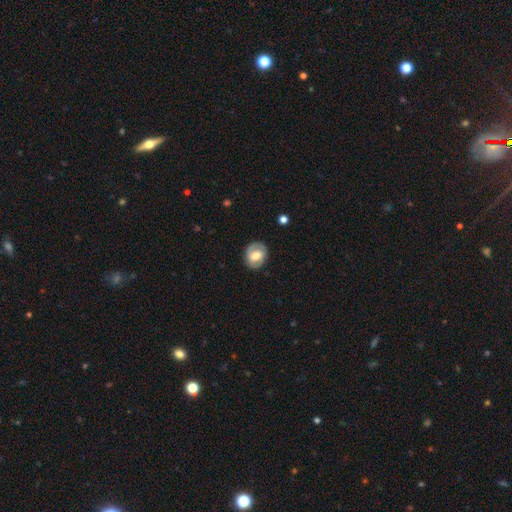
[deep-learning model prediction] smooth_or_featured: featured or disk (p=0.52) [alt: smooth p=0.42]
disk_edge_on: no (p=0.96) [alt: yes p=0.04]
merging: none (p=0.81) [alt: minor disturbance p=0.14]